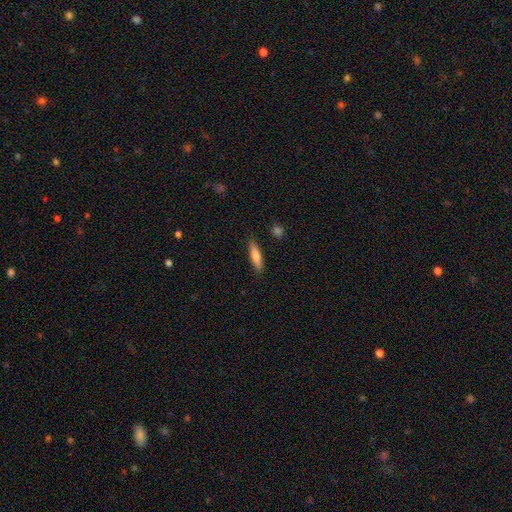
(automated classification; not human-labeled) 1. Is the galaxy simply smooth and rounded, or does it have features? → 74% smooth, 20% featured or disk, 6% star or artifact.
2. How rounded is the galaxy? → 75% cigar-shaped, 23% in between, 2% round.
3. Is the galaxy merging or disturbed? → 87% none, 9% minor disturbance, 2% major disturbance, 1% merger.